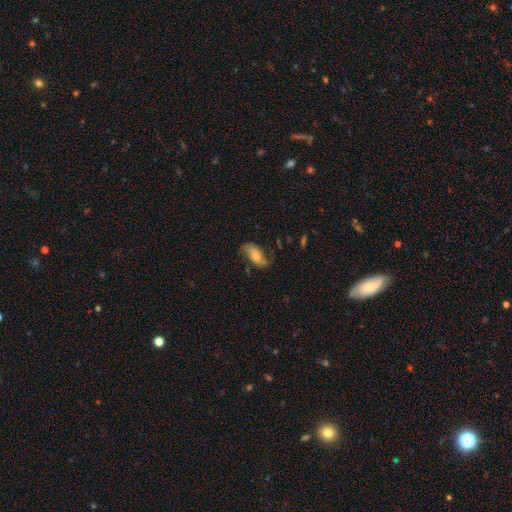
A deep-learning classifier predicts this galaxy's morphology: smooth_or_featured: smooth (p=0.51) [alt: featured or disk p=0.41]
how_rounded: in between (p=0.88) [alt: cigar-shaped p=0.07]
merging: none (p=0.66) [alt: minor disturbance p=0.23]